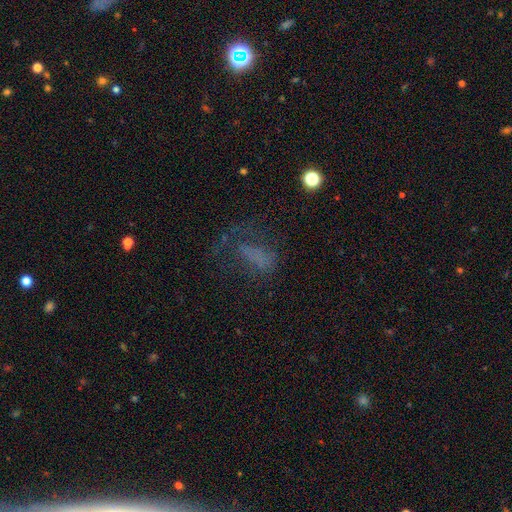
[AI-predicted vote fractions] Smooth or featured: smooth — 43% (featured or disk — 30%)
Merging: major disturbance — 44% (none — 34%)